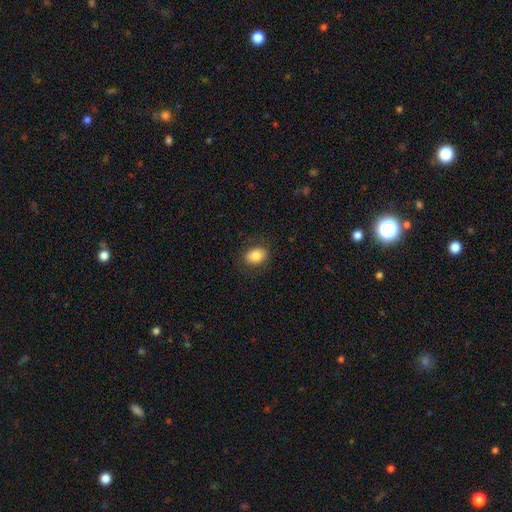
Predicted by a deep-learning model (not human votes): smooth-or-featured: smooth: 82% | featured or disk: 10% | star or artifact: 9%
  how-rounded: in between: 65% | round: 34% | cigar-shaped: 1%
  merging: none: 85% | minor disturbance: 11% | major disturbance: 4% | merger: 1%